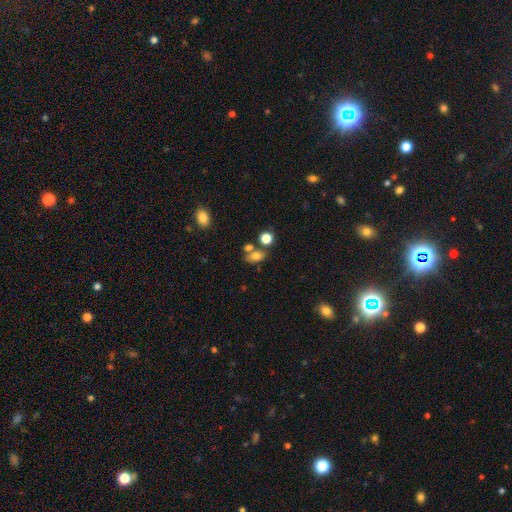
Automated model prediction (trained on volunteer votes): smooth 73%, star or artifact 13%, featured or disk 13%. Down the decision tree: how rounded — in between (74%); merging — none (54%).